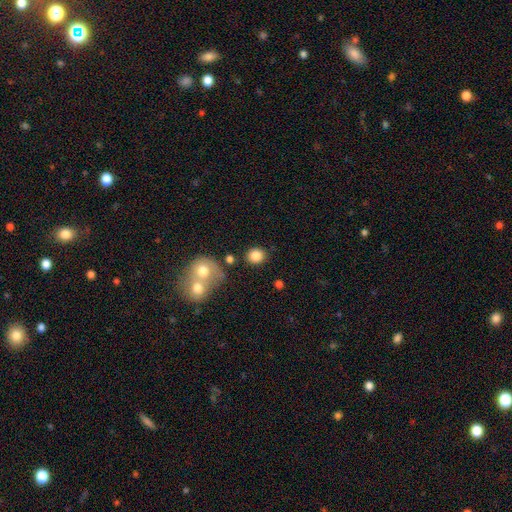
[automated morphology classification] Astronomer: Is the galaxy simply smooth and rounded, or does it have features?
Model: smooth — 83%.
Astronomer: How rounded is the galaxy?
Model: round — 79%.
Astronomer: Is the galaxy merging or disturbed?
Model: none — 78%.